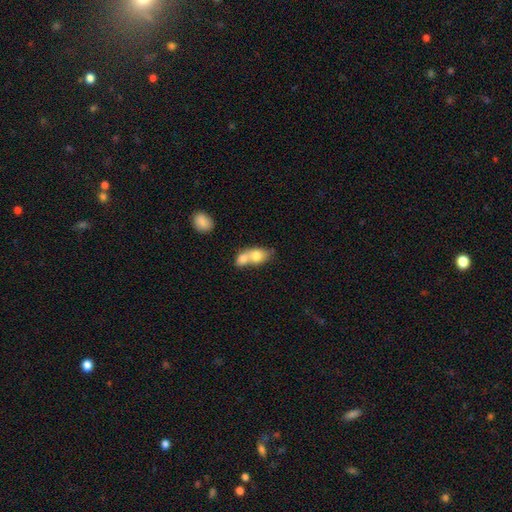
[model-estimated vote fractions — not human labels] Morphology: type=smooth (74%); roundness=in between (67%); merging=merger (74%).